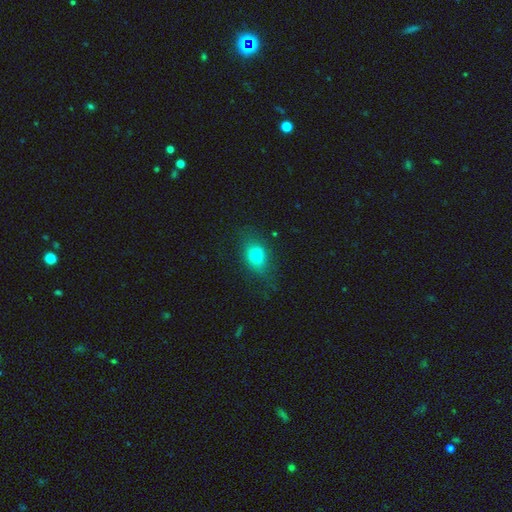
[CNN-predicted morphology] This is likely a smooth galaxy (74%). How rounded: likely in between (66%). Merging: likely none (72%).